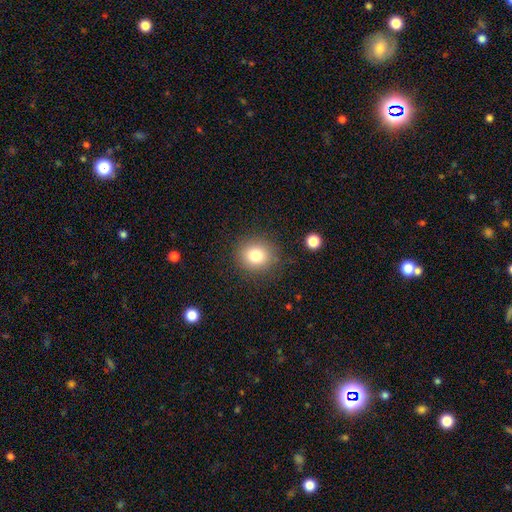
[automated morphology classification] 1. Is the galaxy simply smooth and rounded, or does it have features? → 79% smooth, 12% star or artifact, 9% featured or disk.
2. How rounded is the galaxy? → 84% round, 16% in between, 1% cigar-shaped.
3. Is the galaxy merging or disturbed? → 86% none, 9% minor disturbance, 3% major disturbance, 2% merger.